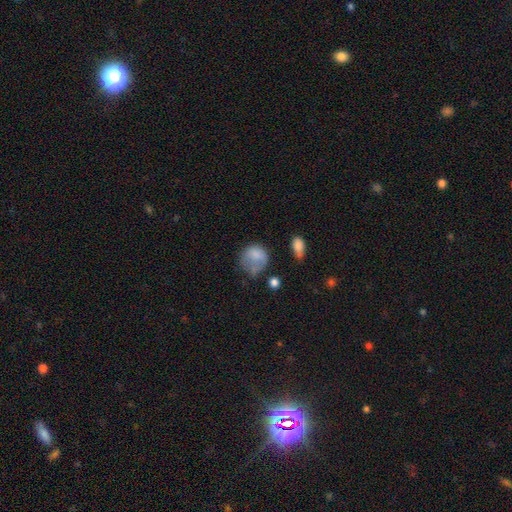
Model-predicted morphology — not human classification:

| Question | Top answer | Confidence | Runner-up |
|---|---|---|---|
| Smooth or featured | smooth | 75% | featured or disk (15%) |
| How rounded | round | 63% | in between (36%) |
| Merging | none | 32% | tied: major disturbance (32%) |